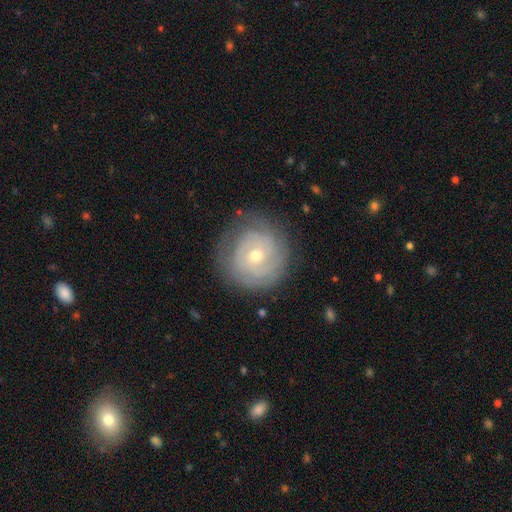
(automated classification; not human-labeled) Morphology: type=featured or disk (72%); edge-on=no (97%); bar=no (70%); spiral arms=yes (87%); winding=tight (76%); arm count=can't tell (43%); bulge=small (51%); merging=none (78%).